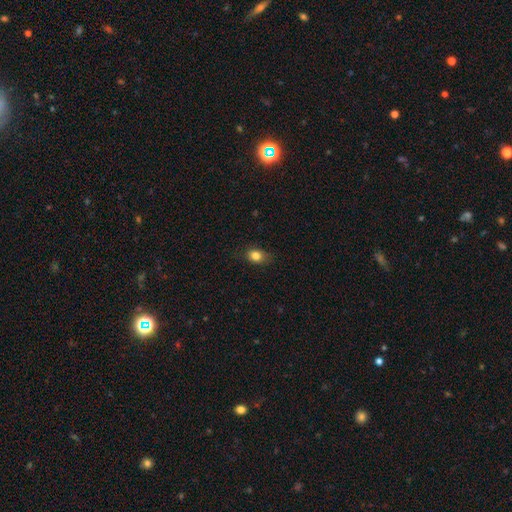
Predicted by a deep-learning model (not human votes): smooth-or-featured: smooth: 83% | star or artifact: 10% | featured or disk: 7%
  how-rounded: in between: 60% | round: 38% | cigar-shaped: 2%
  merging: none: 78% | minor disturbance: 18% | major disturbance: 4% | merger: 1%